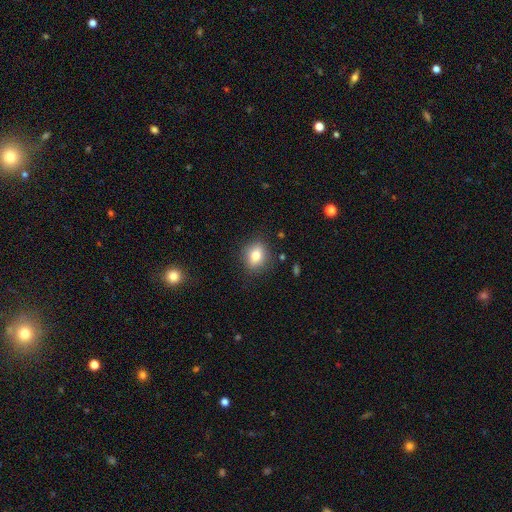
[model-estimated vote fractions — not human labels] Q: Smooth or featured?
A: smooth (79%); runner-up: featured or disk (12%)
Q: How rounded?
A: round (49%); tied with: in between (49%)
Q: Merging?
A: none (85%); runner-up: minor disturbance (11%)